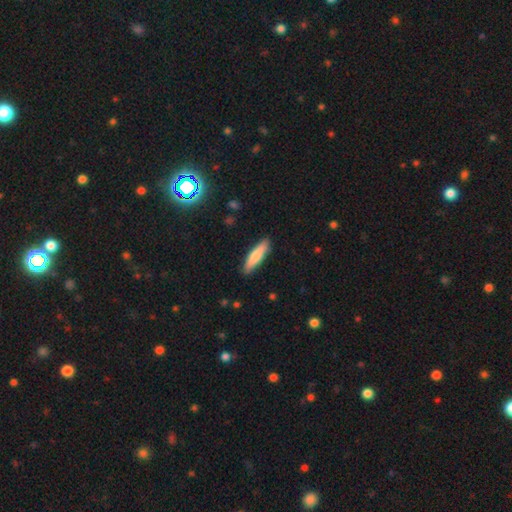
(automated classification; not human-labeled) Smooth or featured? Predicted: smooth (p=0.77). How rounded? Predicted: cigar-shaped (p=0.78). Merging? Predicted: none (p=0.88).